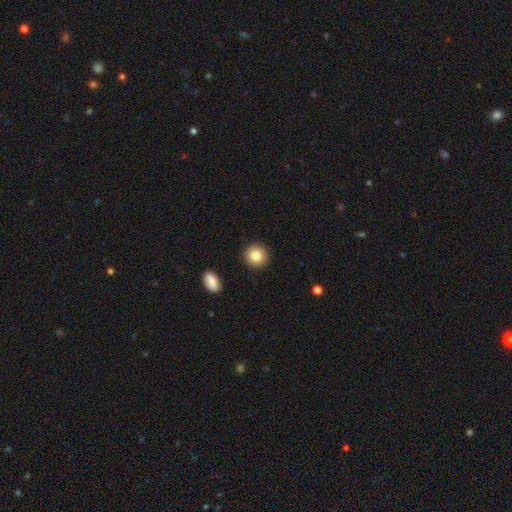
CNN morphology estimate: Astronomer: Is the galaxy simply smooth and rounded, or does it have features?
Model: smooth — 85%.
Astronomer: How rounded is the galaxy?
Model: round — 92%.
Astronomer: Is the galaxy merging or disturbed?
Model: none — 92%.